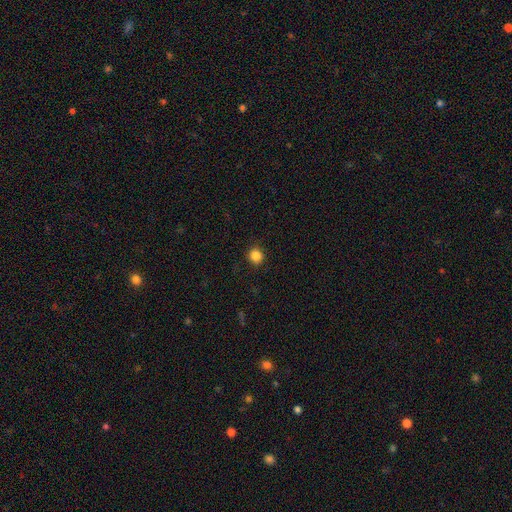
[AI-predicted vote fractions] A smooth galaxy with no disk features (85%) that is round (91%).

Vote fractions:
- Smooth or featured? smooth: 85% / star or artifact: 11% / featured or disk: 4%
- How rounded? round: 91% / in between: 8% / cigar-shaped: 1%
- Merging? none: 91% / minor disturbance: 6% / major disturbance: 2% / merger: 1%